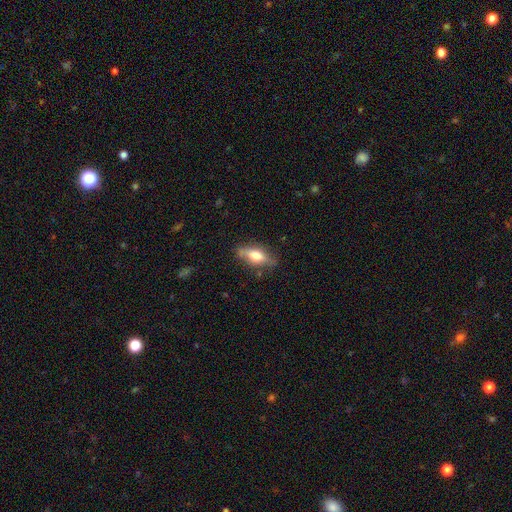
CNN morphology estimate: Smooth or featured: smooth — 60% (featured or disk — 33%)
How rounded: in between — 69% (cigar-shaped — 27%)
Merging: none — 73% (minor disturbance — 20%)